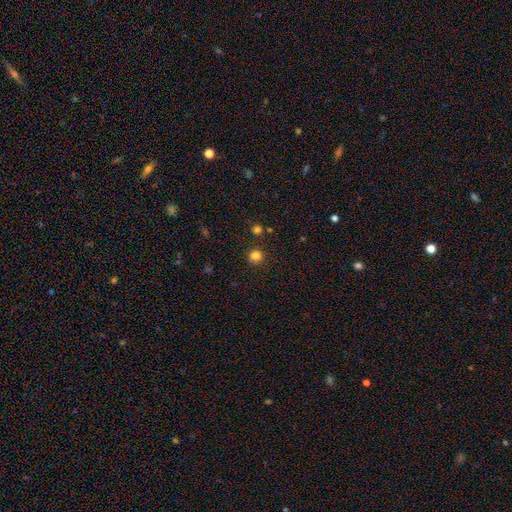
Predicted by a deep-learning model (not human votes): Smooth or featured: smooth — 82% (star or artifact — 14%)
How rounded: round — 91% (in between — 8%)
Merging: none — 87% (minor disturbance — 7%)